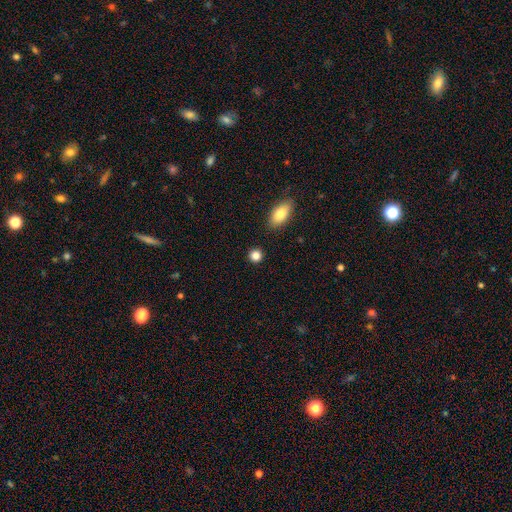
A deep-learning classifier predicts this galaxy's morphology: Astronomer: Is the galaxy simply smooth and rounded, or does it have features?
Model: smooth — 85%.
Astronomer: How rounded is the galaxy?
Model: round — 88%.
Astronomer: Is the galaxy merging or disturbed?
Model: none — 89%.